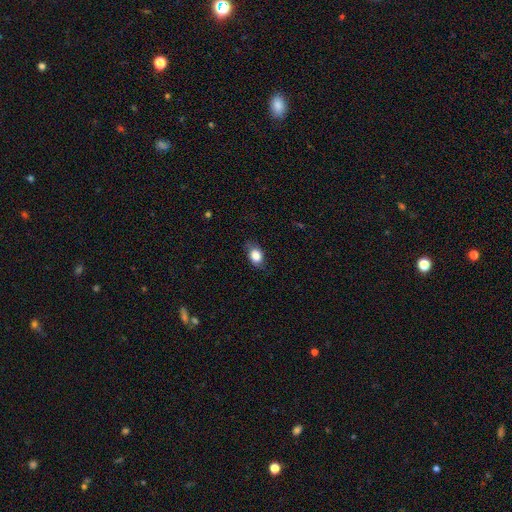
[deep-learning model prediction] Smooth or featured? smooth (81%)
How rounded? in between (73%)
Merging? none (74%)